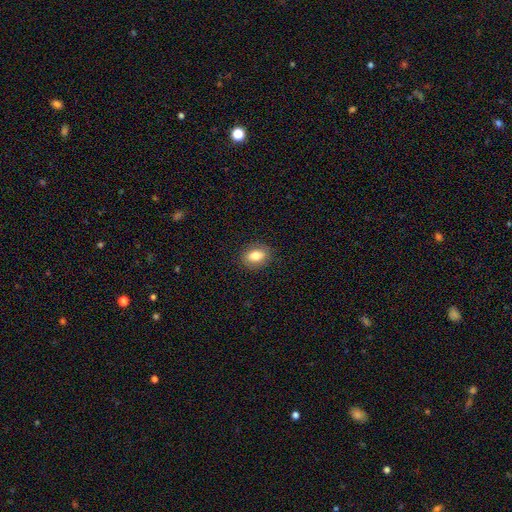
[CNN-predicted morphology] The model was most divided on "how rounded": in between: 73%, round: 25%, cigar-shaped: 2%. More confident: merging — none (86%); smooth or featured — smooth (79%).